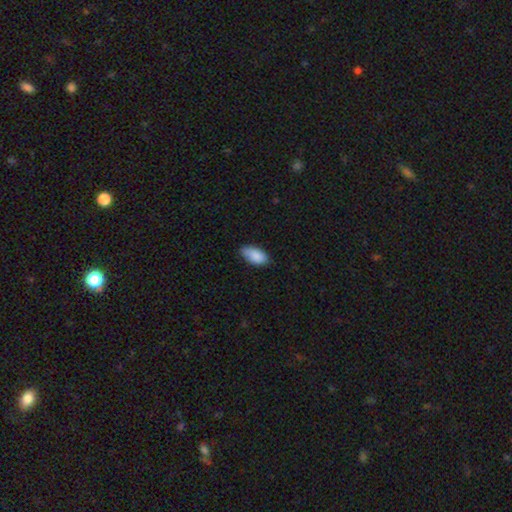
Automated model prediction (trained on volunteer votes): smooth-or-featured: smooth: 87% | star or artifact: 7% | featured or disk: 7%
  how-rounded: in between: 94% | cigar-shaped: 3% | round: 3%
  merging: none: 70% | minor disturbance: 25% | major disturbance: 4% | merger: 1%